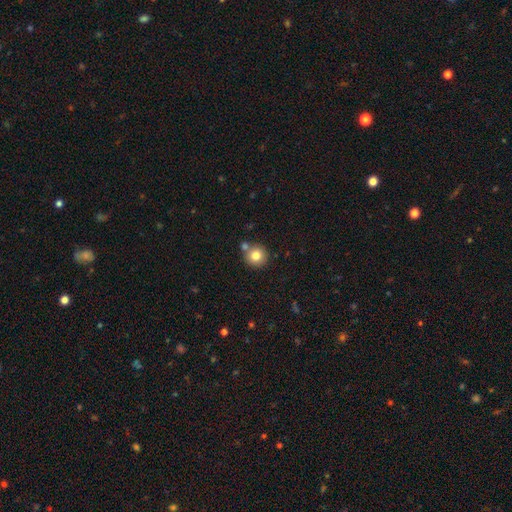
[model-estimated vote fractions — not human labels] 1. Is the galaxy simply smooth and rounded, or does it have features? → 80% smooth, 10% star or artifact, 10% featured or disk.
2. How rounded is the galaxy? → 93% round, 6% in between, 1% cigar-shaped.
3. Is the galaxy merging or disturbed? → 72% none, 17% merger, 9% minor disturbance, 2% major disturbance.